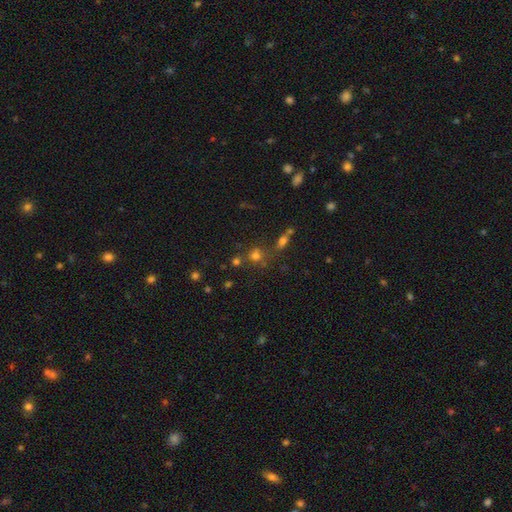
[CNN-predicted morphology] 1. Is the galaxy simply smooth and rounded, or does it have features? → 67% smooth, 23% star or artifact, 10% featured or disk.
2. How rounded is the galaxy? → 84% round, 14% in between, 2% cigar-shaped.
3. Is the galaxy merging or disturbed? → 61% none, 22% merger, 11% minor disturbance, 6% major disturbance.